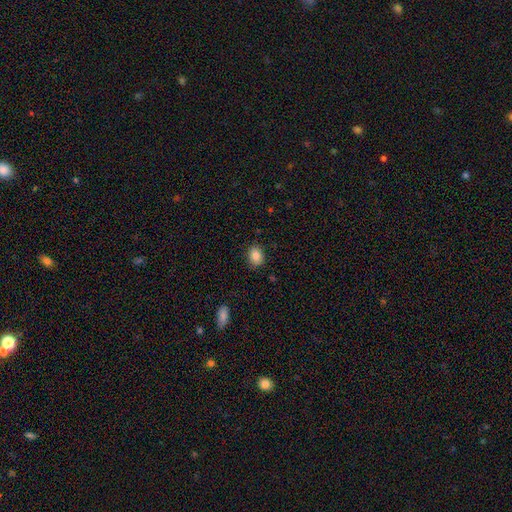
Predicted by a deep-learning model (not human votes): This appears to be a smooth galaxy with no disk features (85%) that is in between round and cigar-shaped (63%). Merging: none (87%).